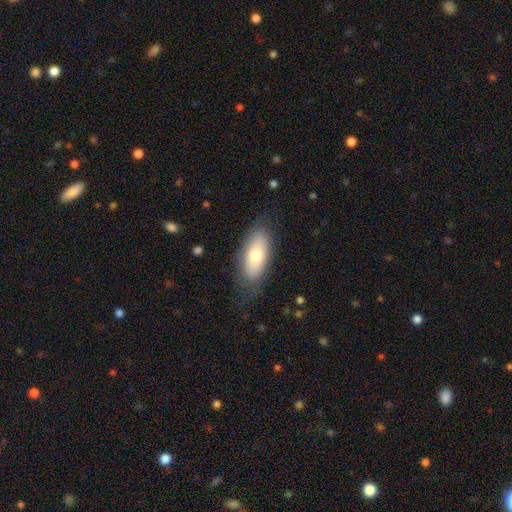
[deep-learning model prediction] Smooth or featured: smooth — 66% (featured or disk — 28%)
How rounded: in between — 86% (cigar-shaped — 10%)
Merging: none — 74% (minor disturbance — 18%)